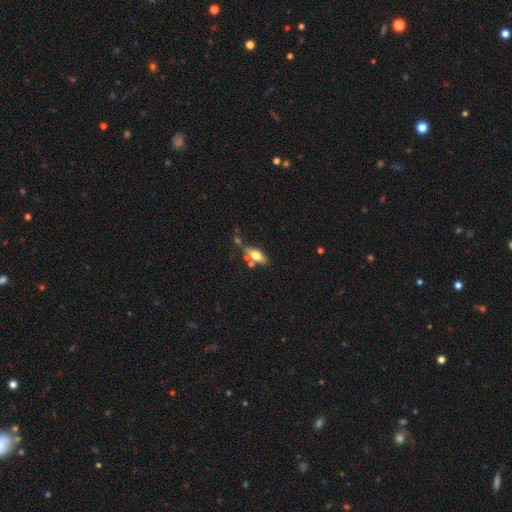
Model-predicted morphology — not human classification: Q: Smooth or featured?
A: smooth (58%); runner-up: featured or disk (34%)
Q: How rounded?
A: in between (69%); runner-up: cigar-shaped (28%)
Q: Merging?
A: none (58%); runner-up: merger (18%)